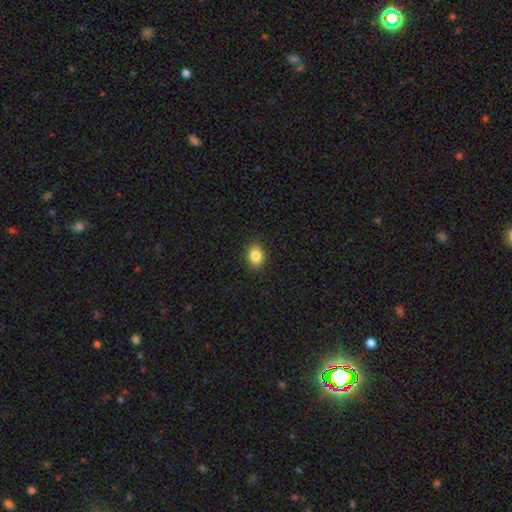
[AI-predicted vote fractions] Smooth or featured: smooth — 85% (star or artifact — 9%)
How rounded: in between — 59% (round — 40%)
Merging: none — 91% (minor disturbance — 7%)